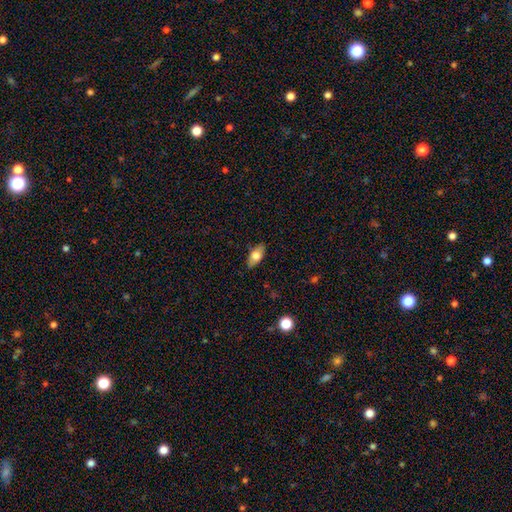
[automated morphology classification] Smooth or featured?
  - smooth: 73% *
  - featured or disk: 19%
  - star or artifact: 7%
How rounded?
  - in between: 87% *
  - cigar-shaped: 8%
  - round: 5%
Merging?
  - none: 83% *
  - minor disturbance: 13%
  - major disturbance: 3%
  - merger: 1%